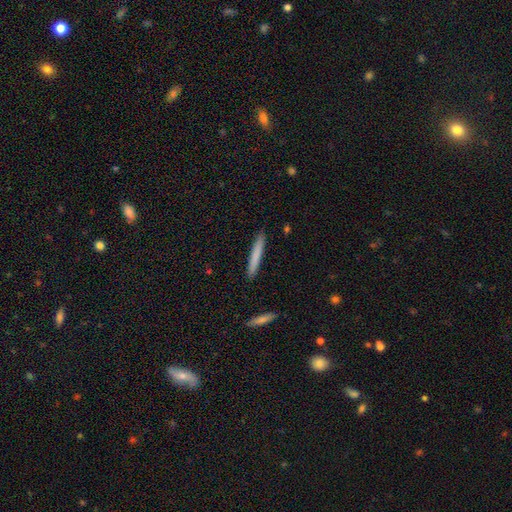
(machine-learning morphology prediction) Smooth or featured?
  - smooth: 77% *
  - featured or disk: 17%
  - star or artifact: 6%
How rounded?
  - cigar-shaped: 96% *
  - in between: 3%
  - round: 1%
Merging?
  - none: 91% *
  - minor disturbance: 6%
  - major disturbance: 1%
  - merger: 1%